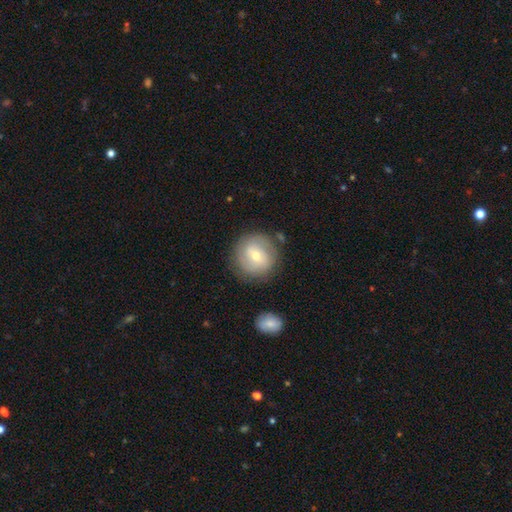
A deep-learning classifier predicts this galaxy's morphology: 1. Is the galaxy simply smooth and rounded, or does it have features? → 52% smooth, 41% featured or disk, 7% star or artifact.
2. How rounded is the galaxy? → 92% round, 7% in between, 1% cigar-shaped.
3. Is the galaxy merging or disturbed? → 80% none, 12% minor disturbance, 4% major disturbance, 3% merger.